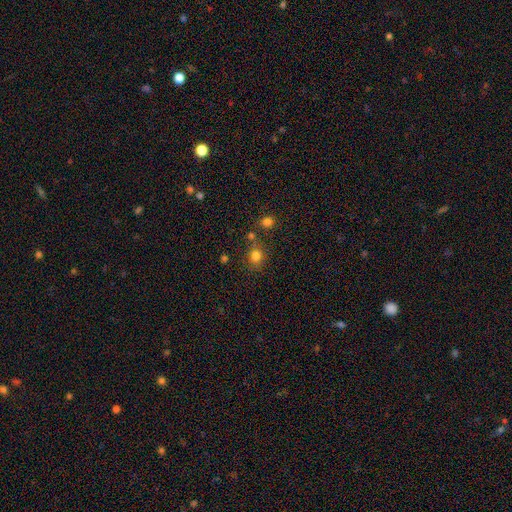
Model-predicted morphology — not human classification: A smooth galaxy with no disk features (79%) that is round (79%). Merging: none (71%).